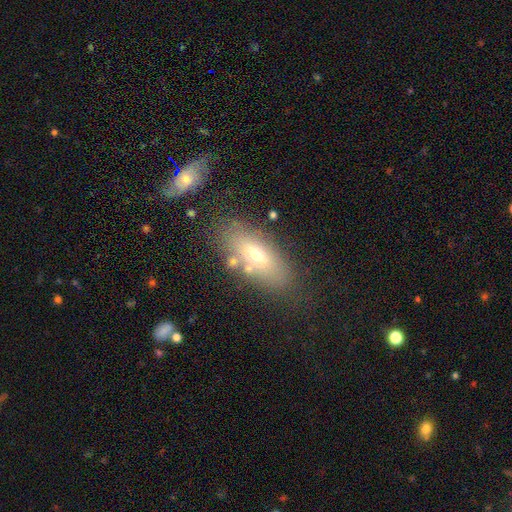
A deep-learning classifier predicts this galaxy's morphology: This appears to be a smooth galaxy with no disk features (58%) that is in between round and cigar-shaped (81%). Merging: none (71%).